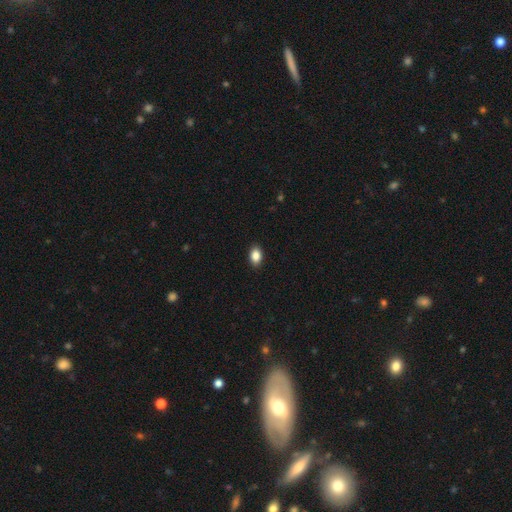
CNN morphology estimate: This appears to be a smooth galaxy with no disk features (88%) that is in between round and cigar-shaped (87%). Merging: none (89%).